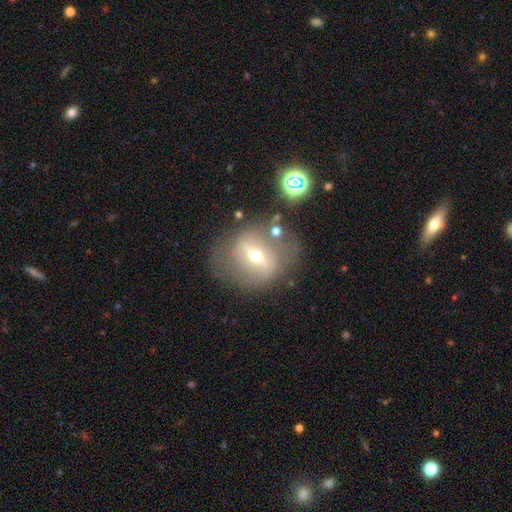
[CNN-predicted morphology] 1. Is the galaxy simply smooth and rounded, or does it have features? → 66% featured or disk, 24% smooth, 10% star or artifact.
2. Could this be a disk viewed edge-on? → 83% no, 17% yes.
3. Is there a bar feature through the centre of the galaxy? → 58% strong, 28% weak, 14% no.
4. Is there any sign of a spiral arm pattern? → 67% no, 33% yes.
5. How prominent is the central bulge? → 56% moderate, 38% small, 4% large, 1% dominant, 1% none.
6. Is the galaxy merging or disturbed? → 65% none, 17% minor disturbance, 12% major disturbance, 5% merger.